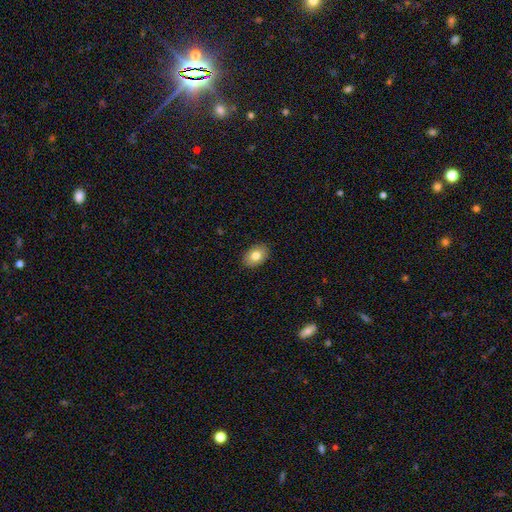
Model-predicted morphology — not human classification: A smooth galaxy with no disk features (80%) that is in between round and cigar-shaped (80%). Merging: none (89%).